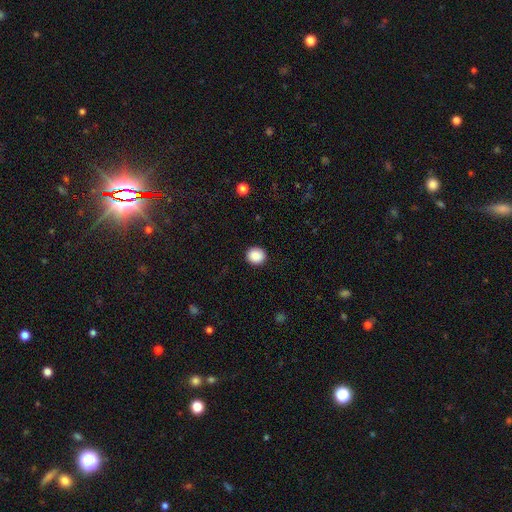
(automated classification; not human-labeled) Smooth or featured?
  - smooth: 89% *
  - star or artifact: 8%
  - featured or disk: 2%
How rounded?
  - round: 85% *
  - in between: 14%
  - cigar-shaped: 1%
Merging?
  - none: 92% *
  - minor disturbance: 5%
  - major disturbance: 2%
  - merger: 1%